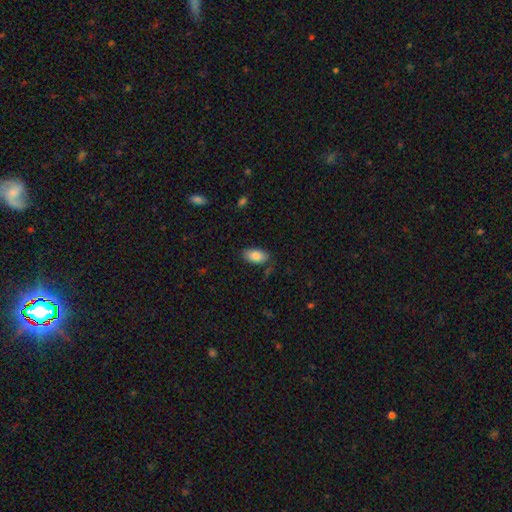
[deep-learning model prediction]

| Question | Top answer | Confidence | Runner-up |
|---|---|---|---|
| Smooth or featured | smooth | 86% | featured or disk (7%) |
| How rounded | in between | 94% | round (4%) |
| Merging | none | 83% | minor disturbance (13%) |